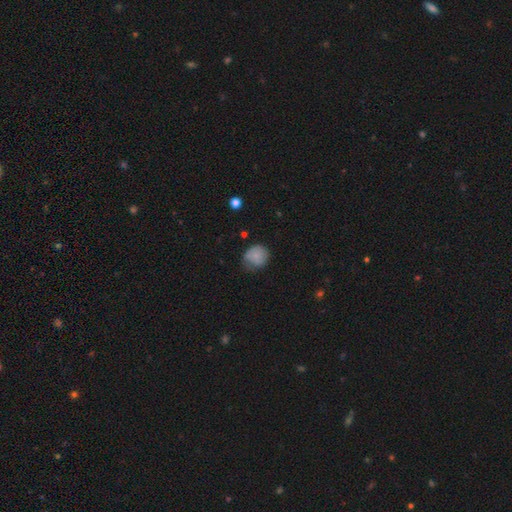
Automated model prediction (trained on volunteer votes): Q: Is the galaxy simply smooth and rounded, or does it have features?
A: smooth — 77%.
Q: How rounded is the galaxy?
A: round — 73%.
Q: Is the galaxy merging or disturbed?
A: none — 49%.